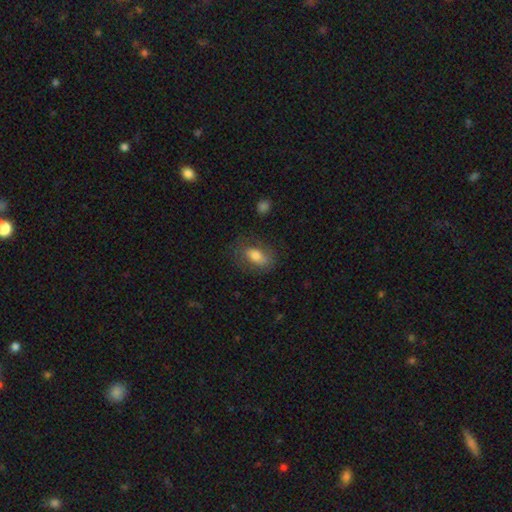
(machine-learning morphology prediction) Smooth or featured? Predicted: smooth (p=0.67). How rounded? Predicted: in between (p=0.85). Merging? Predicted: none (p=0.68).